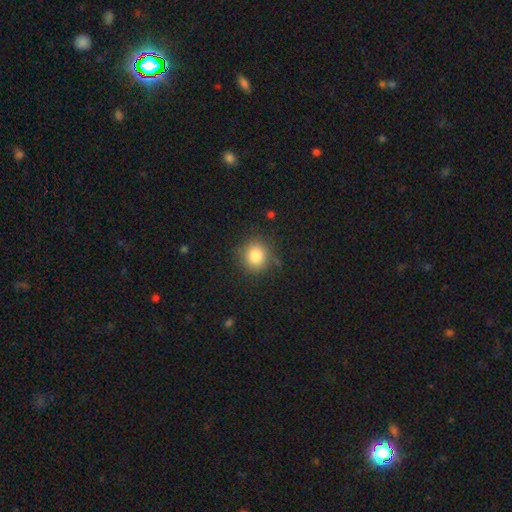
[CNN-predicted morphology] The model was most divided on "merging": none: 82%, minor disturbance: 13%, major disturbance: 4%, merger: 2%. More confident: how rounded — round (87%); smooth or featured — smooth (83%).